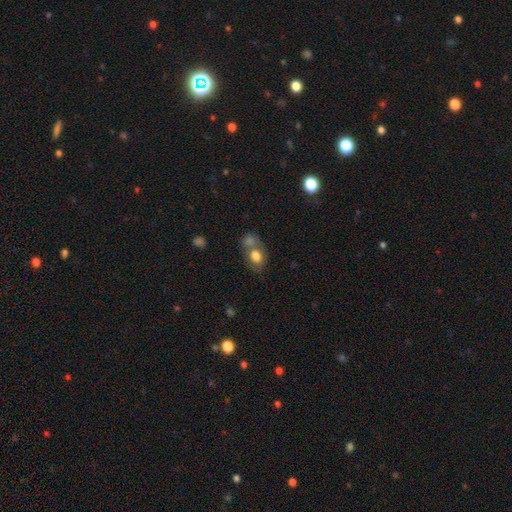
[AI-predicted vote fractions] The model was most divided on "merging": merger: 45%, none: 37%, minor disturbance: 12%, major disturbance: 6%. More confident: smooth or featured — smooth (76%); how rounded — in between (67%).